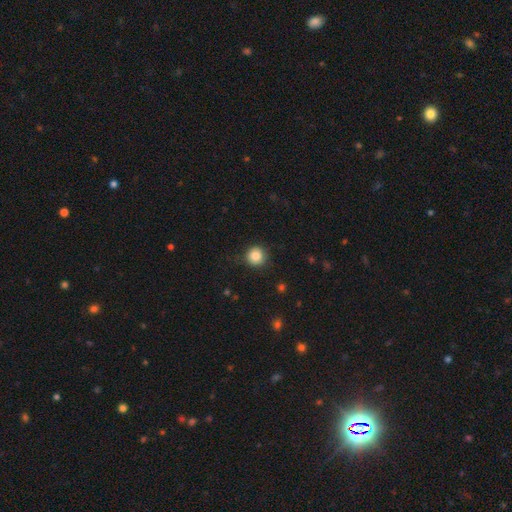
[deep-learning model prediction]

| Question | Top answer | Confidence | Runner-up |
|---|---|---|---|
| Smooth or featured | smooth | 85% | star or artifact (10%) |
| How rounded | round | 92% | in between (7%) |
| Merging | none | 83% | minor disturbance (12%) |